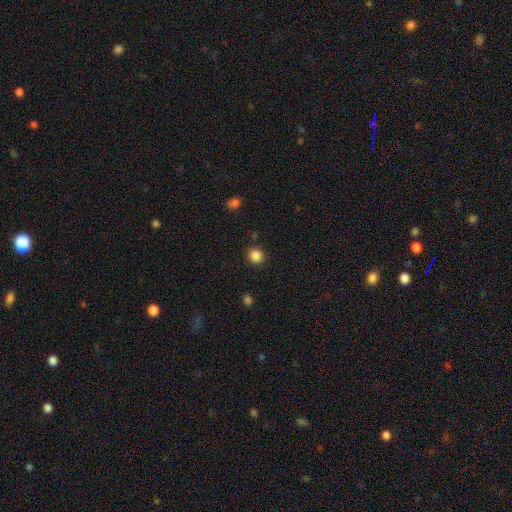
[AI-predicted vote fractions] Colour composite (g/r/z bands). It shows a smooth galaxy with no disk features (85%) that is round (91%). Merging: none (89%).